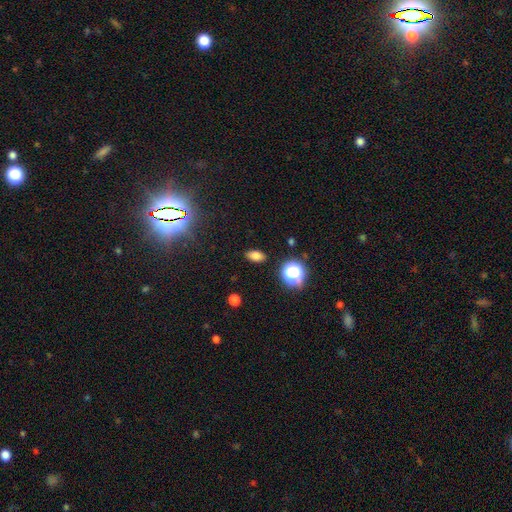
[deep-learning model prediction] Smooth or featured: smooth — 76% (star or artifact — 17%)
How rounded: in between — 85% (round — 11%)
Merging: none — 87% (minor disturbance — 9%)